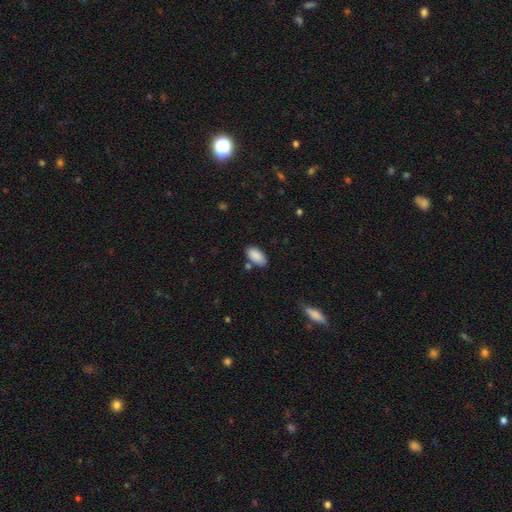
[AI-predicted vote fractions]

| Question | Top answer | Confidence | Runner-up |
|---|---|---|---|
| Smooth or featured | smooth | 89% | star or artifact (7%) |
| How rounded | in between | 94% | cigar-shaped (4%) |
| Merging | none | 76% | minor disturbance (13%) |